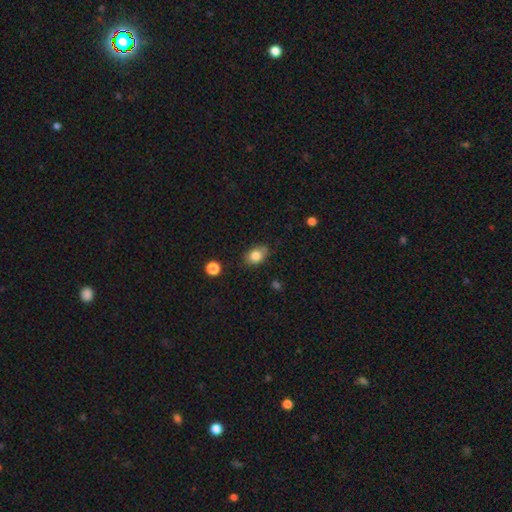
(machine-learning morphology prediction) This appears to be a smooth galaxy with no disk features (83%) that is in between round and cigar-shaped (75%). Merging: none (76%).